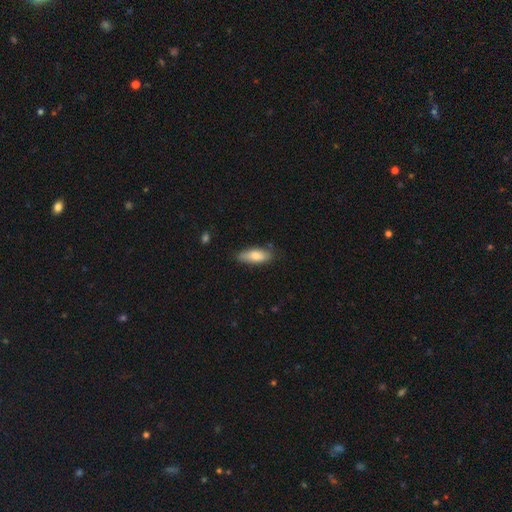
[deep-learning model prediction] Smooth or featured?
  - smooth: 76% *
  - featured or disk: 18%
  - star or artifact: 6%
How rounded?
  - in between: 68% *
  - cigar-shaped: 30%
  - round: 2%
Merging?
  - none: 76% *
  - minor disturbance: 20%
  - major disturbance: 3%
  - merger: 2%